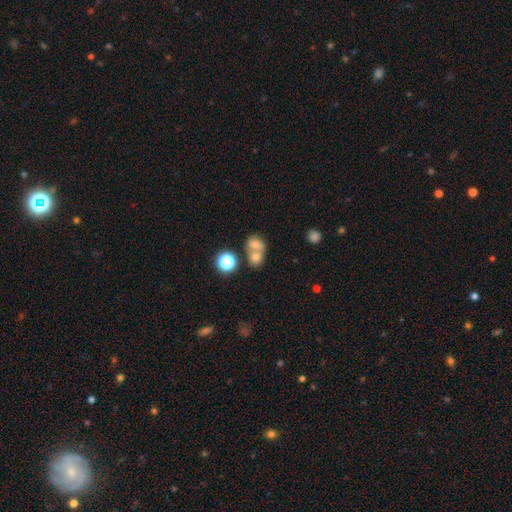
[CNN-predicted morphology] A smooth galaxy with no disk features (70%) that is round (58%).

Vote fractions:
- Smooth or featured? smooth: 70% / featured or disk: 15% / star or artifact: 15%
- How rounded? round: 58% / in between: 41% / cigar-shaped: 1%
- Merging? merger: 63% / none: 26% / minor disturbance: 7% / major disturbance: 4%